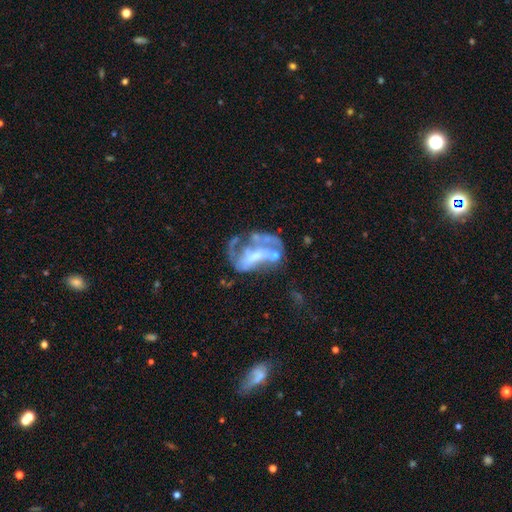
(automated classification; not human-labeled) Smooth or featured: featured or disk — 71% (smooth — 18%)
Edge-on disk: no — 96% (yes — 4%)
Bar: no — 47% (weak — 28%)
Spiral arms: no — 56% (yes — 44%)
Bulge size: none — 41% (moderate — 27%)
Merging: major disturbance — 39% (none — 27%)